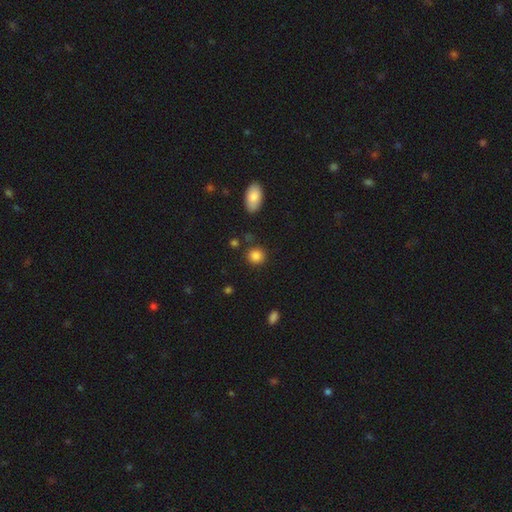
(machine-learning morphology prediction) Smooth or featured: smooth — 86% (star or artifact — 10%)
How rounded: round — 88% (in between — 11%)
Merging: none — 85% (minor disturbance — 8%)